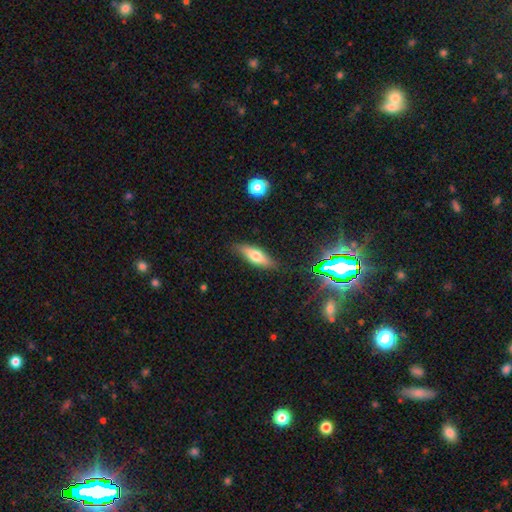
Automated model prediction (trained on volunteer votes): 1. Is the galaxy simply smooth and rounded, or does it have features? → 64% smooth, 27% featured or disk, 9% star or artifact.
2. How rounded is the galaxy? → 54% in between, 43% cigar-shaped, 3% round.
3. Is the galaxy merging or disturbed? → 84% none, 12% minor disturbance, 3% major disturbance, 1% merger.